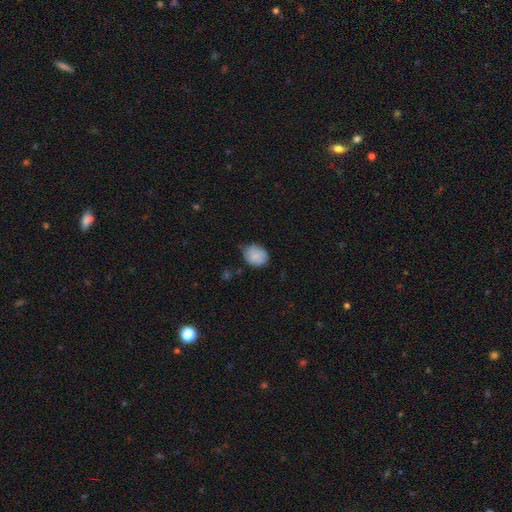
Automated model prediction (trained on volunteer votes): Smooth or featured? Predicted: smooth (p=0.82). How rounded? Predicted: round (p=0.61). Merging? Predicted: none (p=0.59).